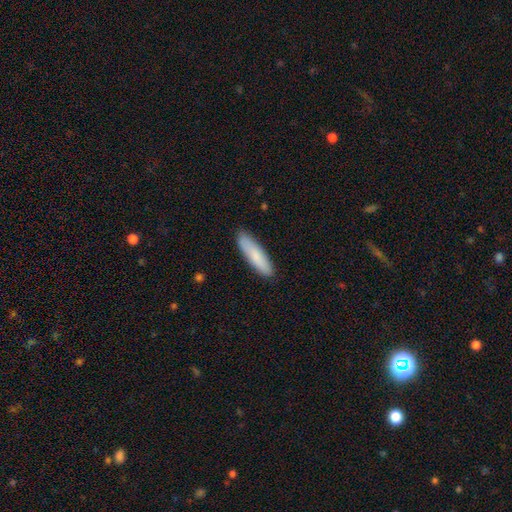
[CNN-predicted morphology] smooth 83%, featured or disk 11%, star or artifact 5%. Down the decision tree: how rounded — cigar-shaped (71%); merging — none (88%).